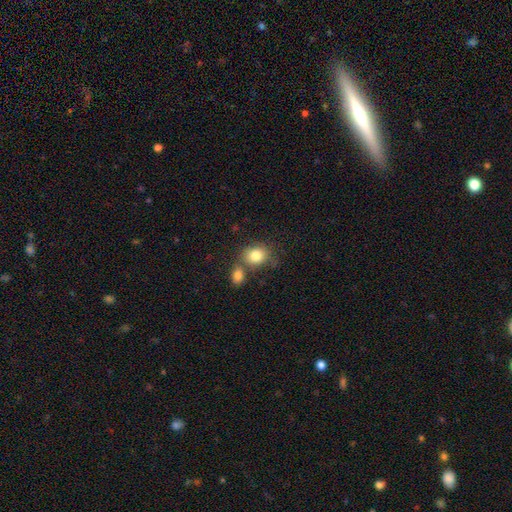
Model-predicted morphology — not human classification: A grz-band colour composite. It shows a smooth galaxy with no disk features (82%) that is round (58%). Merging: none (54%).